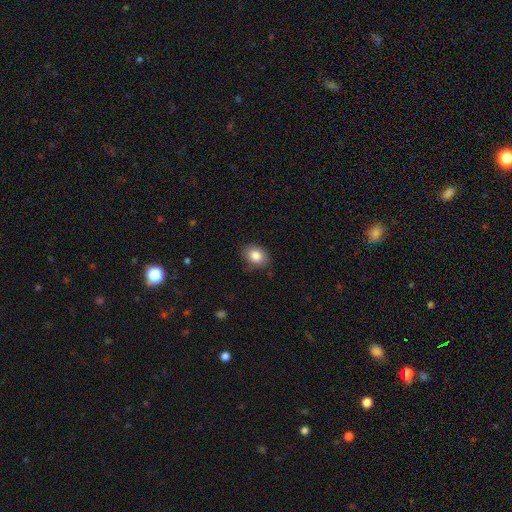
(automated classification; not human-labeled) This appears to be a smooth galaxy with no disk features (85%) that is in between round and cigar-shaped (62%). Merging: none (79%).